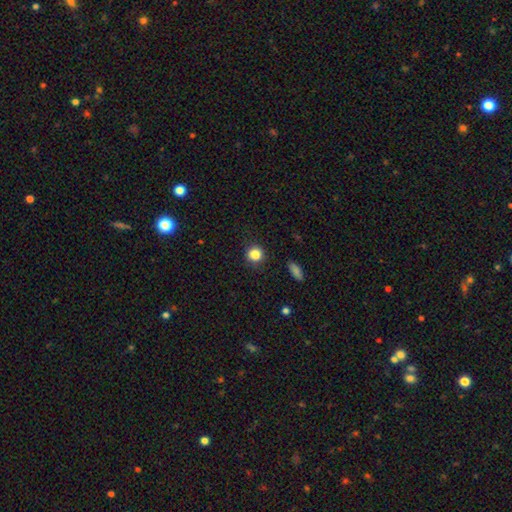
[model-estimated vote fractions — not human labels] smooth-or-featured: smooth: 85% | star or artifact: 11% | featured or disk: 4%
  how-rounded: round: 89% | in between: 10% | cigar-shaped: 1%
  merging: none: 89% | minor disturbance: 7% | major disturbance: 2% | merger: 1%